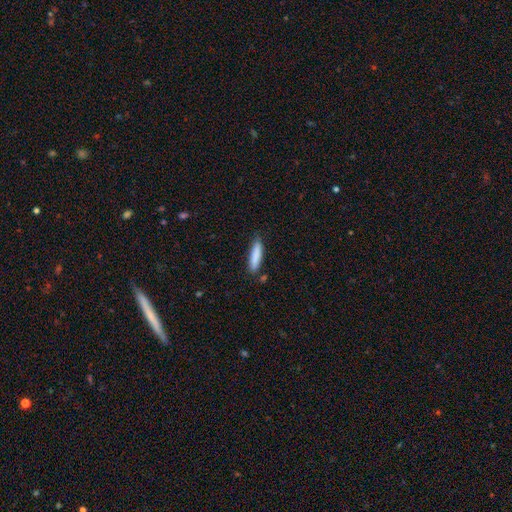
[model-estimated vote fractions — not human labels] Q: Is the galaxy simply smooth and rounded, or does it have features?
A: smooth — 86%.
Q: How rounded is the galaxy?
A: cigar-shaped — 77%.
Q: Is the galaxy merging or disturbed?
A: none — 82%.